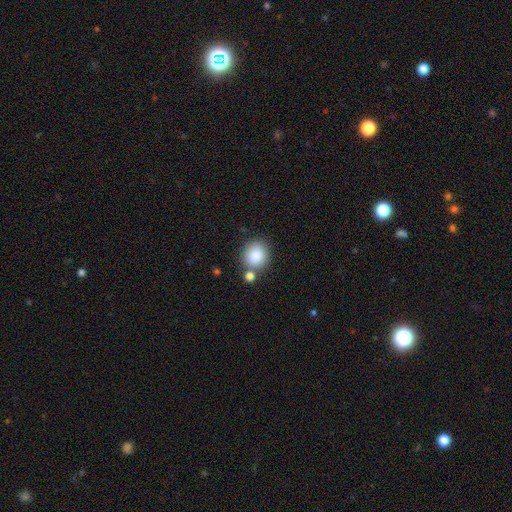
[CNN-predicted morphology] The model was most divided on "how rounded": round: 75%, in between: 24%, cigar-shaped: 1%. More confident: smooth or featured — smooth (86%); merging — none (68%).